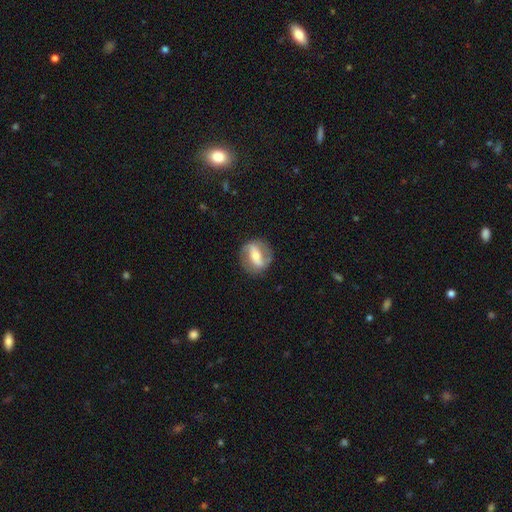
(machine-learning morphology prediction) Smooth or featured?
  - featured or disk: 71% *
  - smooth: 23%
  - star or artifact: 6%
Edge-on disk?
  - no: 90% *
  - yes: 10%
Bar?
  - strong: 65% *
  - weak: 22%
  - no: 12%
Spiral arms?
  - yes: 67% *
  - no: 33%
Bulge size?
  - moderate: 54% *
  - small: 33%
  - large: 8%
  - none: 2%
  - dominant: 2%
Merging?
  - none: 83% *
  - minor disturbance: 11%
  - major disturbance: 5%
  - merger: 1%